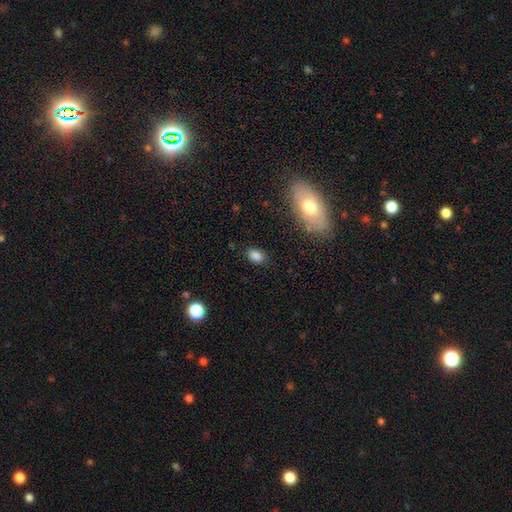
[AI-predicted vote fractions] smooth_or_featured: smooth (p=0.83) [alt: star or artifact p=0.12]
how_rounded: in between (p=0.84) [alt: round p=0.15]
merging: none (p=0.84) [alt: minor disturbance p=0.11]